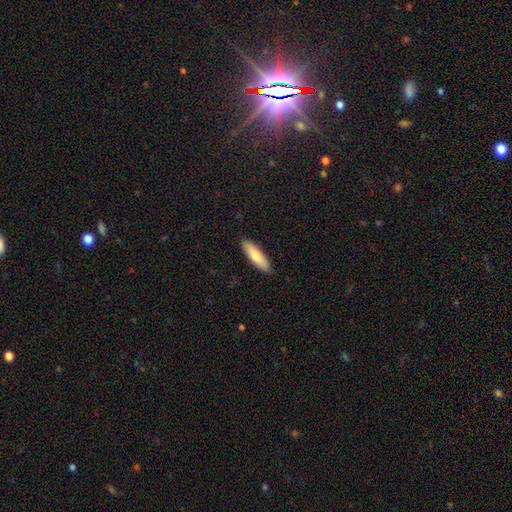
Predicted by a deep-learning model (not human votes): A smooth galaxy with no disk features (78%) that is cigar-shaped (61%). Merging: none (90%).